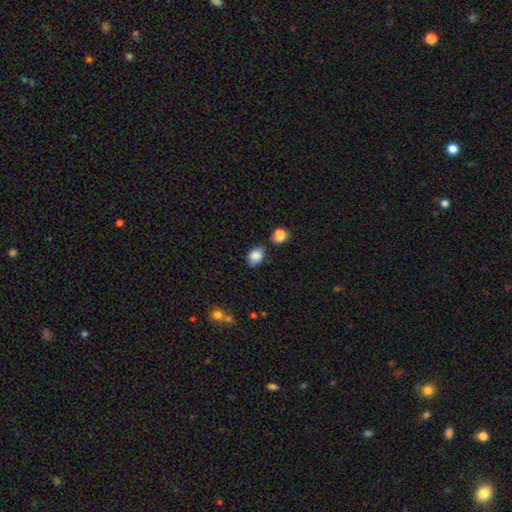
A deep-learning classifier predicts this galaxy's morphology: This appears to be a smooth galaxy with no disk features (87%) that is in between round and cigar-shaped (81%). Merging: none (74%).